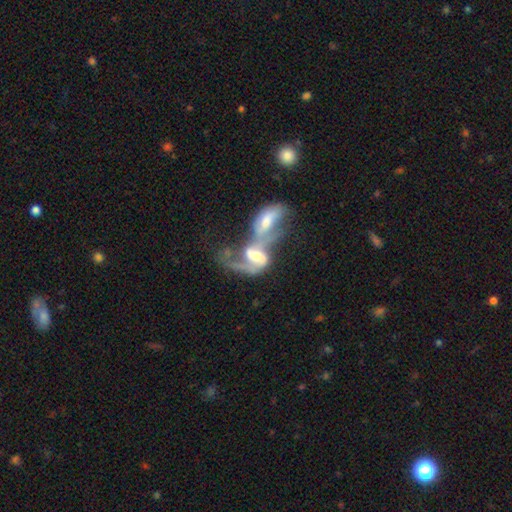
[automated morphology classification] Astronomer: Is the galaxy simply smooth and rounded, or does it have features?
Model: featured or disk — 70%.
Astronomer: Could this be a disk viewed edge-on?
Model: no — 91%.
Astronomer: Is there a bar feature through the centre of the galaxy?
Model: no — 44% (runner-up: weak, 35%).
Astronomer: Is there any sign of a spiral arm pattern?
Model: yes — 77%.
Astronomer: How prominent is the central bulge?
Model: moderate — 48% (runner-up: small, 24%).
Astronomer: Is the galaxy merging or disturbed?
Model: merger — 79%.